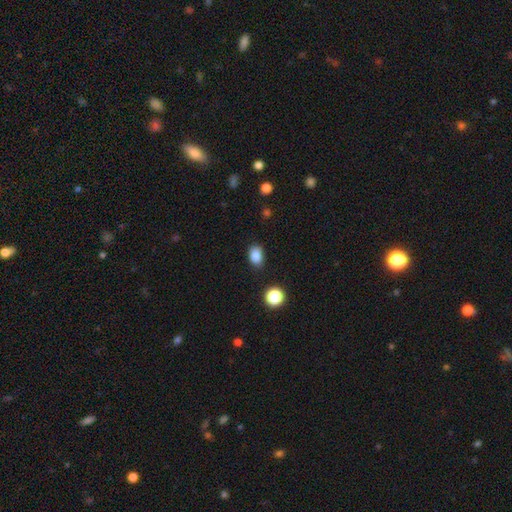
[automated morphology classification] Overall: smooth (85%). How rounded: in between (77%). Merging: none (82%).